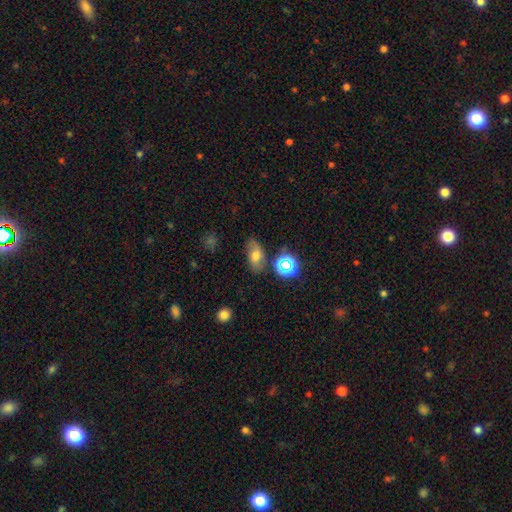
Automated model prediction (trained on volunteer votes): Smooth or featured? smooth (64%)
How rounded? in between (85%)
Merging? none (73%)